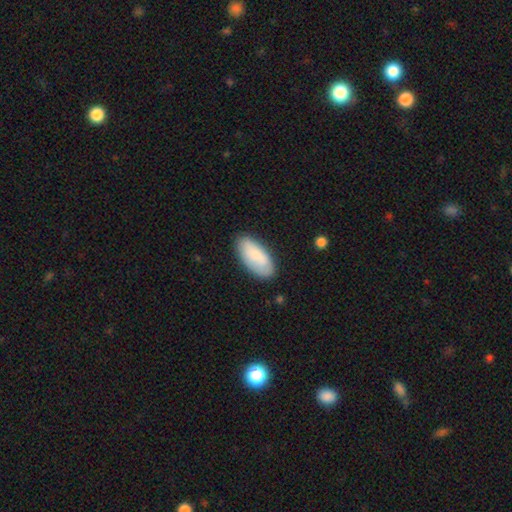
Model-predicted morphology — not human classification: Smooth or featured: smooth — 81% (featured or disk — 14%)
How rounded: in between — 91% (cigar-shaped — 7%)
Merging: none — 81% (minor disturbance — 14%)